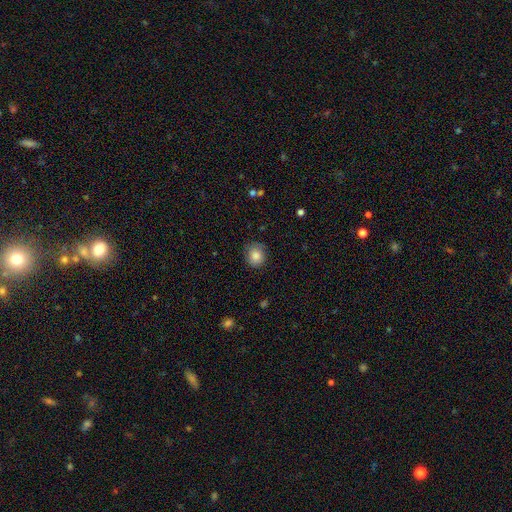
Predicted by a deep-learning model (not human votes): A smooth galaxy with no disk features (83%) that is round (78%).

Vote fractions:
- Smooth or featured? smooth: 83% / star or artifact: 9% / featured or disk: 8%
- How rounded? round: 78% / in between: 21% / cigar-shaped: 1%
- Merging? none: 77% / minor disturbance: 18% / major disturbance: 4% / merger: 1%